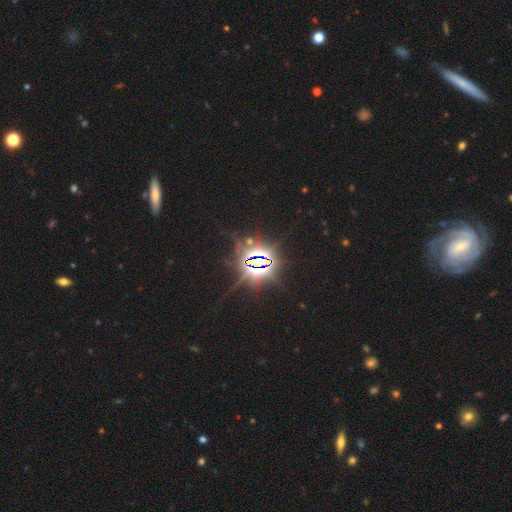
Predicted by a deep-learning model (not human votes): This is clearly a star or artifact rather than a galaxy (86%).